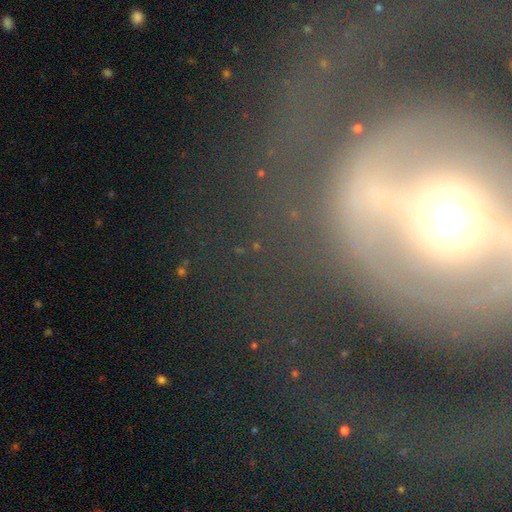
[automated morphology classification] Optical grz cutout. It shows a featured or disk galaxy (46%). Merging: none (62%).